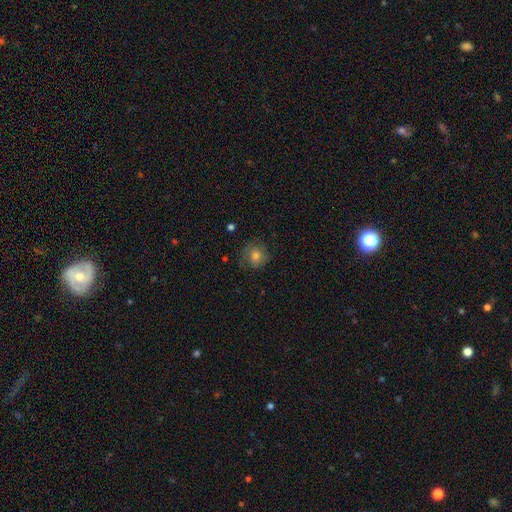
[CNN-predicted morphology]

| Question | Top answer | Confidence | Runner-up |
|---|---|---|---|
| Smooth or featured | smooth | 62% | featured or disk (25%) |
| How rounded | round | 76% | in between (23%) |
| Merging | none | 70% | minor disturbance (19%) |